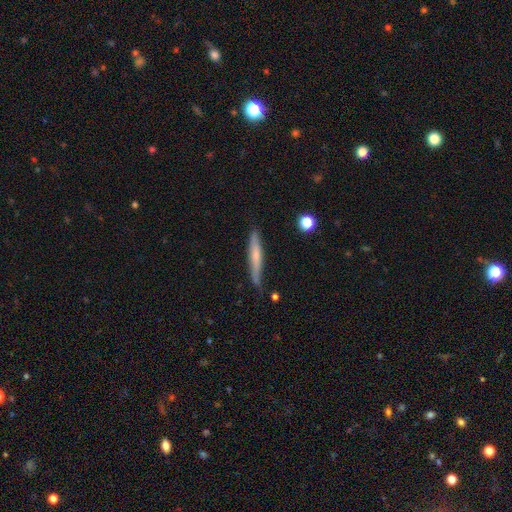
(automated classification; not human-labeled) Overall: smooth (55%; featured or disk 39%). How rounded: cigar-shaped (93%). Merging: none (78%).